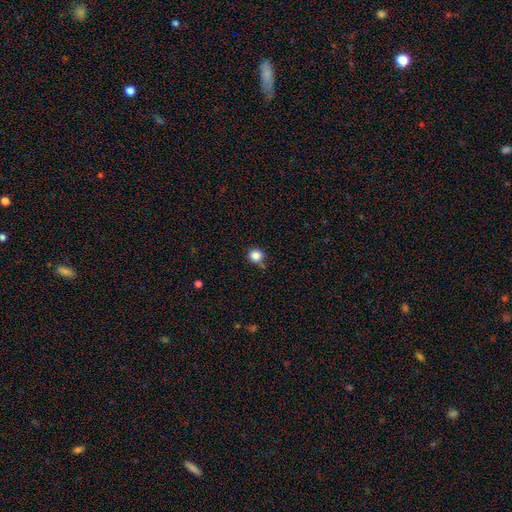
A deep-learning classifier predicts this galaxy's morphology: A smooth galaxy with no disk features (84%) that is round (90%).

Vote fractions:
- Smooth or featured? smooth: 84% / star or artifact: 11% / featured or disk: 4%
- How rounded? round: 90% / in between: 9% / cigar-shaped: 1%
- Merging? none: 71% / minor disturbance: 19% / merger: 6% / major disturbance: 4%